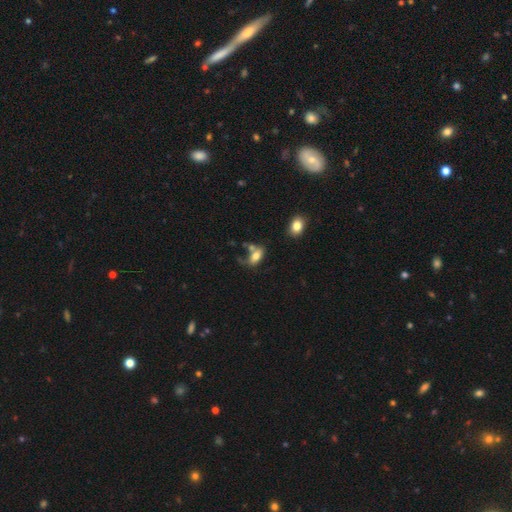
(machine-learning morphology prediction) type=smooth (72%); roundness=in between (88%); merging=none (37%).